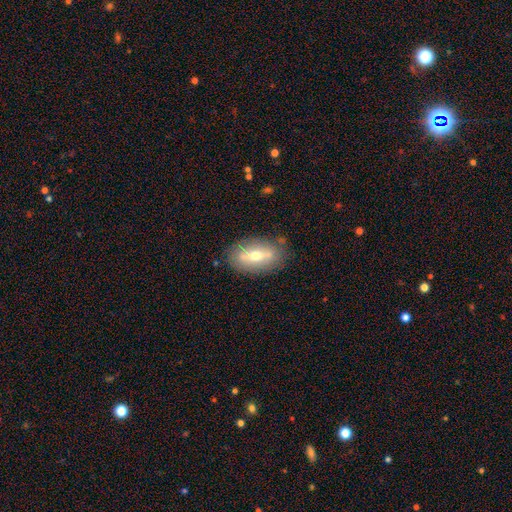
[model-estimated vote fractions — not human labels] featured or disk 49%, smooth 44%, star or artifact 7%. Down the decision tree: merging — none (81%).